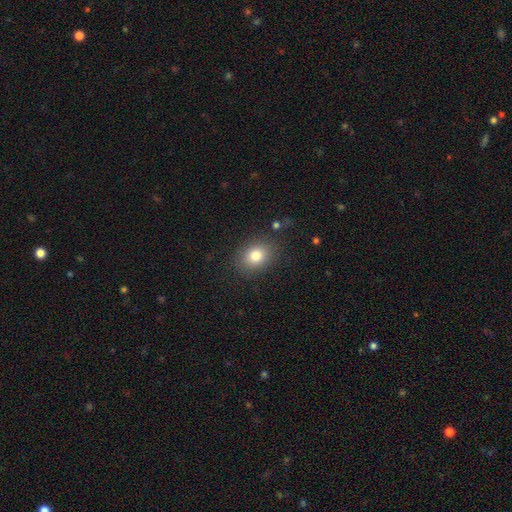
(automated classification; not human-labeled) Smooth or featured? Predicted: smooth (p=0.81). How rounded? Predicted: in between (p=0.51). Merging? Predicted: none (p=0.83).